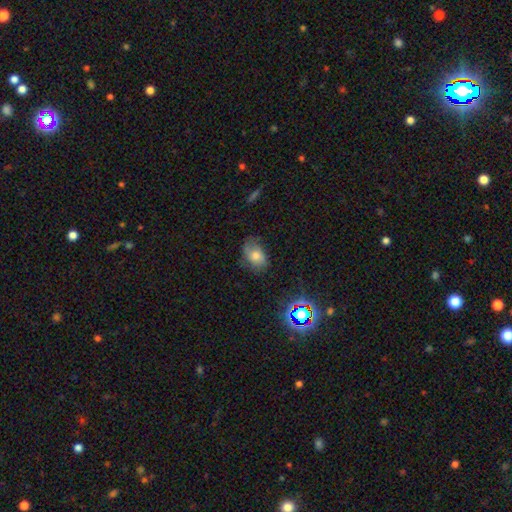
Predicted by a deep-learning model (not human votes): The model was most divided on "merging": none: 58%, minor disturbance: 29%, major disturbance: 11%, merger: 2%. More confident: how rounded — in between (80%); smooth or featured — smooth (63%).